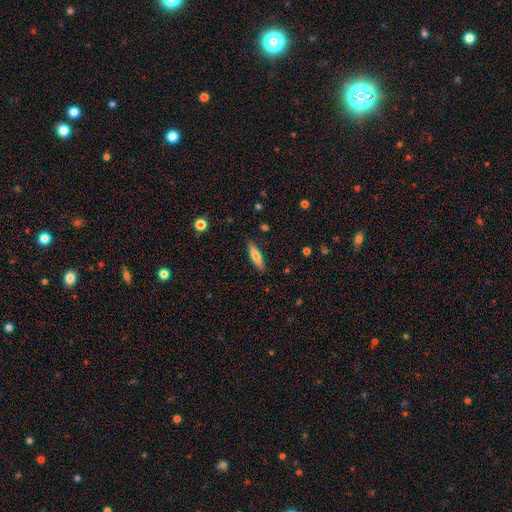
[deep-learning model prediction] Overall: smooth (67%; featured or disk 27%). How rounded: cigar-shaped (72%). Merging: none (88%).